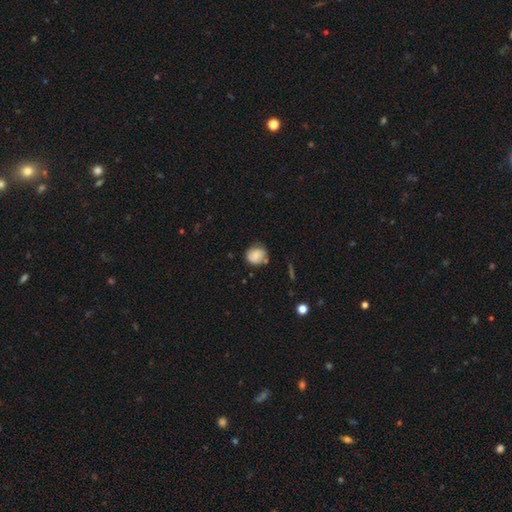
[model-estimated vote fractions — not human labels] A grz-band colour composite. It shows a smooth galaxy with no disk features (78%) that is round (76%). Merging: none (65%).